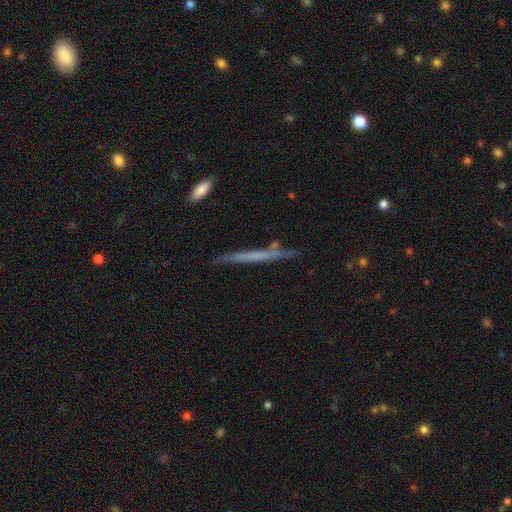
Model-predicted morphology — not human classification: smooth_or_featured: featured or disk (p=0.49) [alt: smooth p=0.44]
merging: none (p=0.83) [alt: minor disturbance p=0.13]